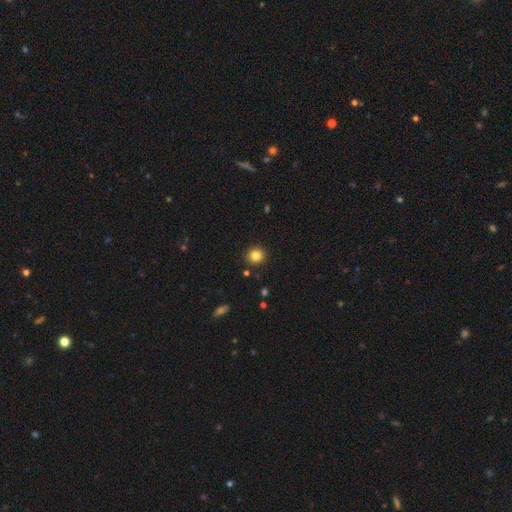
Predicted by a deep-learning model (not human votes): This is clearly a smooth galaxy (83%). How rounded: clearly round (91%). Merging: clearly none (91%).